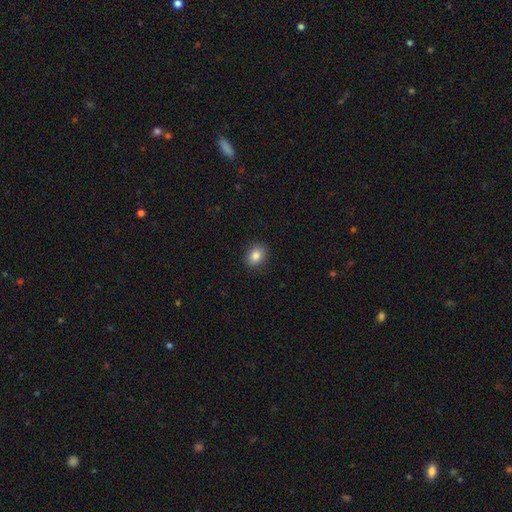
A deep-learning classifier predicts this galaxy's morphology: Q: Smooth or featured?
A: smooth (84%); runner-up: star or artifact (10%)
Q: How rounded?
A: in between (53%); runner-up: round (46%)
Q: Merging?
A: none (89%); runner-up: minor disturbance (8%)